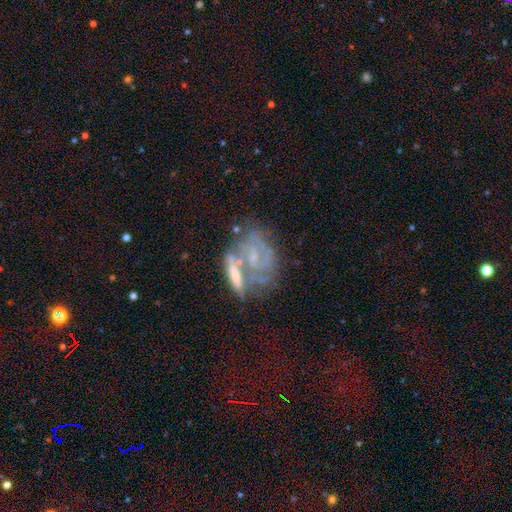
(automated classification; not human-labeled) smooth_or_featured: featured or disk (p=0.73) [alt: smooth p=0.18]
disk_edge_on: no (p=0.94) [alt: yes p=0.06]
bar: no (p=0.55) [alt: weak p=0.33]
has_spiral_arms: yes (p=0.72) [alt: no p=0.28]
bulge_size: small (p=0.54) [alt: moderate p=0.23]
merging: merger (p=0.40) [alt: none p=0.33]